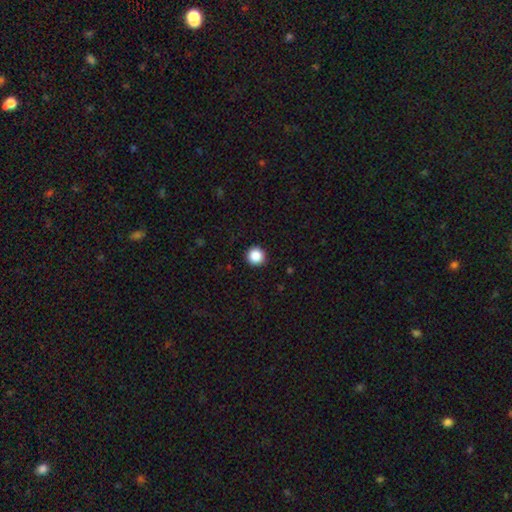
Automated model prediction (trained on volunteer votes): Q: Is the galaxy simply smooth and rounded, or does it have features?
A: smooth — 88%.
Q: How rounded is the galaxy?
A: round — 96%.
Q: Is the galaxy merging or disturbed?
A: none — 92%.